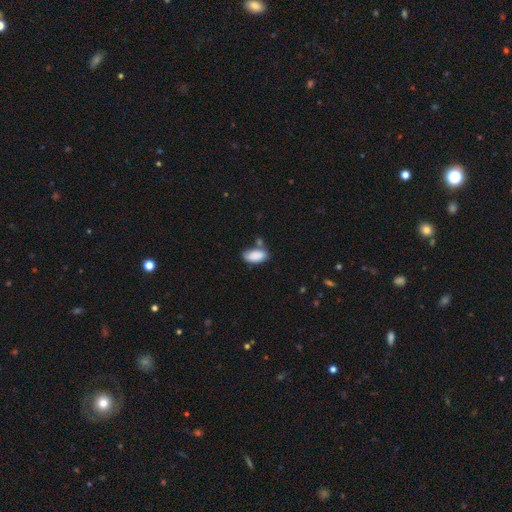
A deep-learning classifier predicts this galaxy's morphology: smooth 87%, star or artifact 7%, featured or disk 6%. Down the decision tree: how rounded — in between (93%); merging — none (57%).